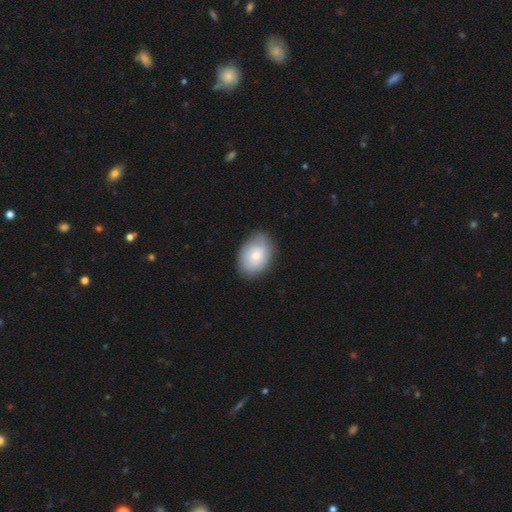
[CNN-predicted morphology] smooth_or_featured: smooth (p=0.69) [alt: featured or disk p=0.25]
how_rounded: in between (p=0.79) [alt: round p=0.20]
merging: none (p=0.80) [alt: minor disturbance p=0.15]